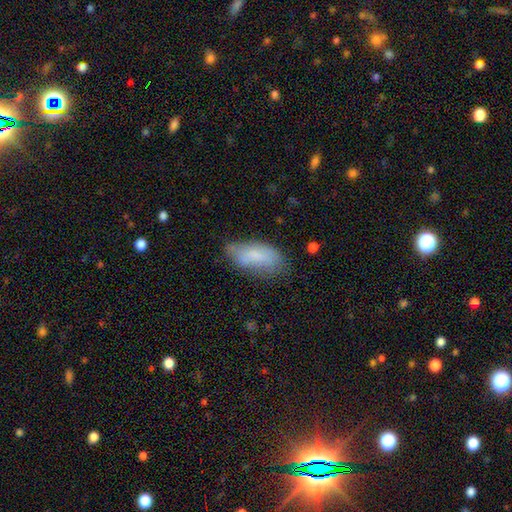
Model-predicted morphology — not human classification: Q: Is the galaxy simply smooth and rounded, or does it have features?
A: smooth — 76%.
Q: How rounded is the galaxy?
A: in between — 87%.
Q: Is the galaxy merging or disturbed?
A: none — 54%.